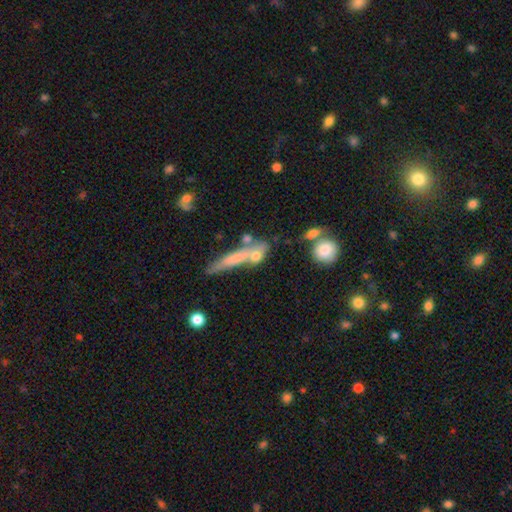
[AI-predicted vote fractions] Morphology: type=smooth (61%); roundness=cigar-shaped (55%); merging=none (41%).